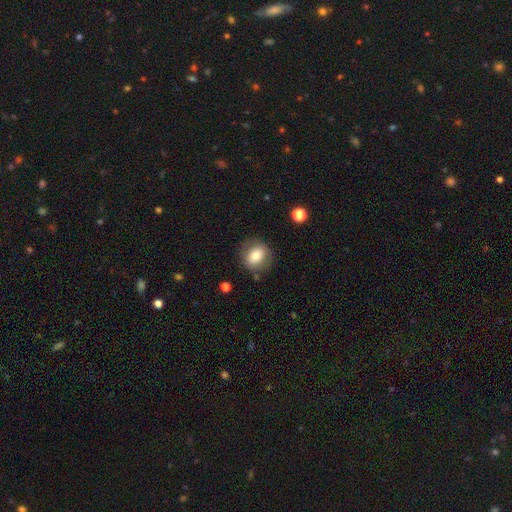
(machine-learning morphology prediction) Smooth or featured? smooth (72%)
How rounded? round (66%)
Merging? none (78%)